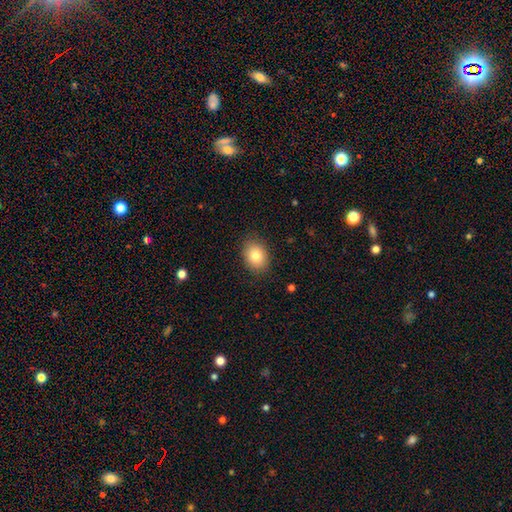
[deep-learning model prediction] Smooth or featured?
  - smooth: 82% *
  - featured or disk: 9%
  - star or artifact: 9%
How rounded?
  - in between: 60% *
  - round: 39%
  - cigar-shaped: 1%
Merging?
  - none: 87% *
  - minor disturbance: 10%
  - major disturbance: 2%
  - merger: 1%